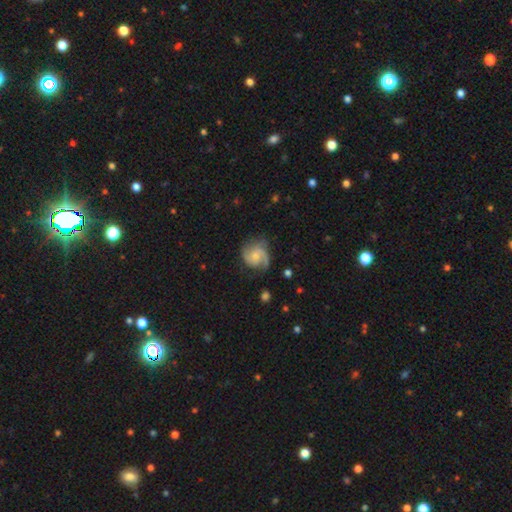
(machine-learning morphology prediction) smooth-or-featured: featured or disk: 80% | smooth: 14% | star or artifact: 6%
  disk-edge-on: no: 98% | yes: 2%
    bar: no: 68% | weak: 28% | strong: 4%
    has-spiral-arms: yes: 96% | no: 4%
      spiral-winding: medium: 49% | tight: 30% | loose: 21%
      spiral-arm-count: 2: 66% | 3: 14% | 1: 8% | can't tell: 7% | 4: 2% | more than 4: 2%
    bulge-size: small: 52% | moderate: 35% | none: 10% | large: 3% | dominant: 1%
  merging: none: 66% | minor disturbance: 22% | major disturbance: 10% | merger: 2%